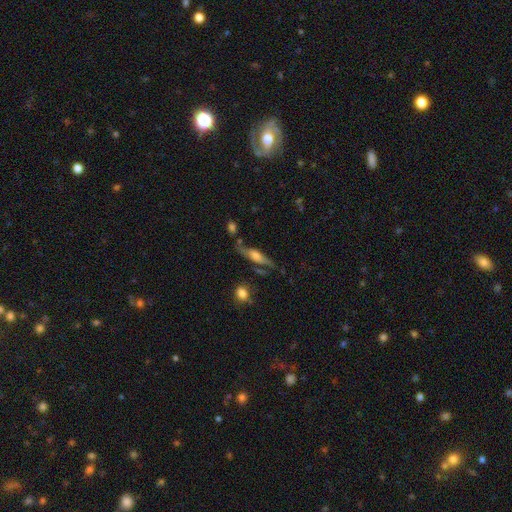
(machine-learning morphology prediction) This appears to be a featured or disk galaxy (51%) viewed edge-on (68%). Merging: none (61%).